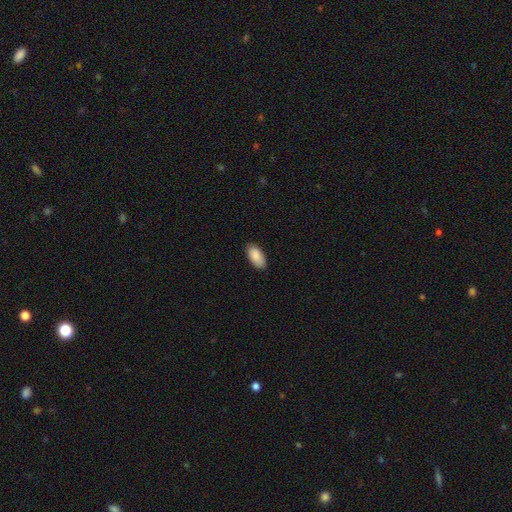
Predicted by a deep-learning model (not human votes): This is clearly a smooth galaxy (89%). How rounded: clearly in between (94%). Merging: clearly none (86%).